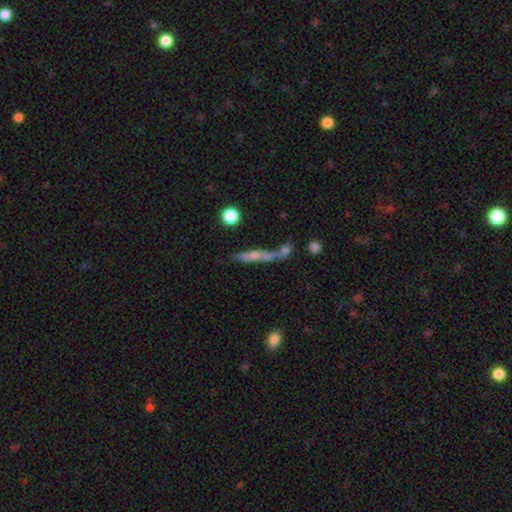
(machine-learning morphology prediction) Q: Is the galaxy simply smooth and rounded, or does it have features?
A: featured or disk — 48%.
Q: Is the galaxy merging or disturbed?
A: none — 48%.